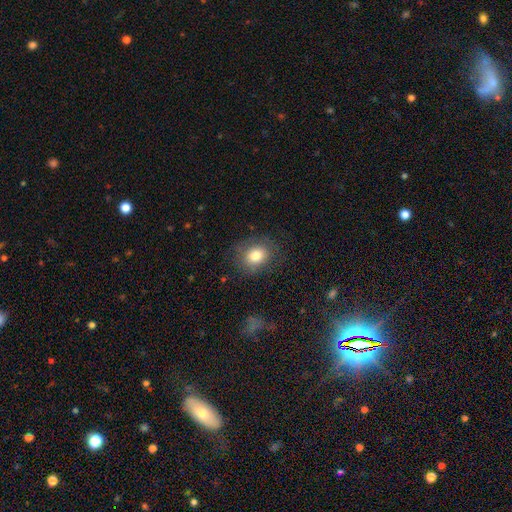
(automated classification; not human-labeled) Overall: smooth (80%). How rounded: round (53%; in between 46%). Merging: none (78%).